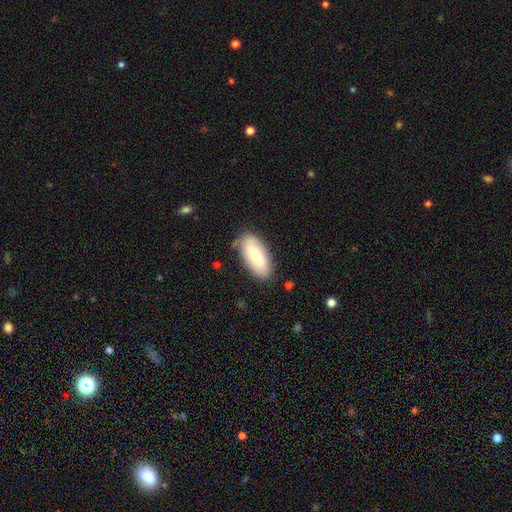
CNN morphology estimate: Q: Smooth or featured?
A: smooth (69%); runner-up: featured or disk (25%)
Q: How rounded?
A: in between (88%); runner-up: cigar-shaped (9%)
Q: Merging?
A: none (79%); runner-up: minor disturbance (16%)